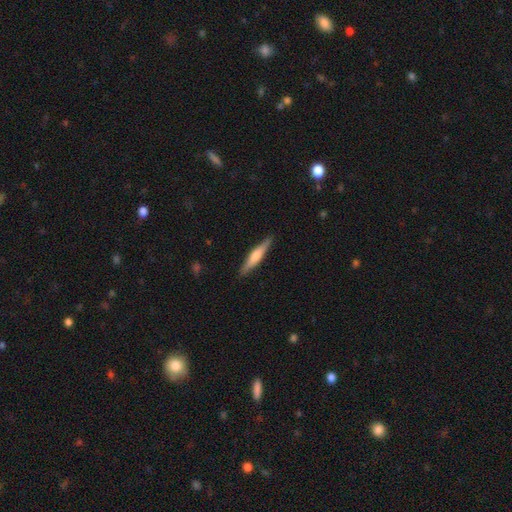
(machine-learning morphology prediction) Smooth or featured? Predicted: smooth (p=0.53). How rounded? Predicted: cigar-shaped (p=0.89). Merging? Predicted: none (p=0.89).